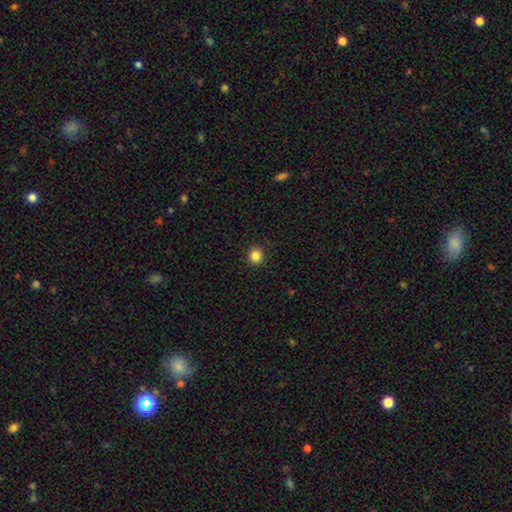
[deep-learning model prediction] Q: Smooth or featured?
A: smooth (85%); runner-up: star or artifact (11%)
Q: How rounded?
A: round (92%); runner-up: in between (7%)
Q: Merging?
A: none (92%); runner-up: minor disturbance (5%)